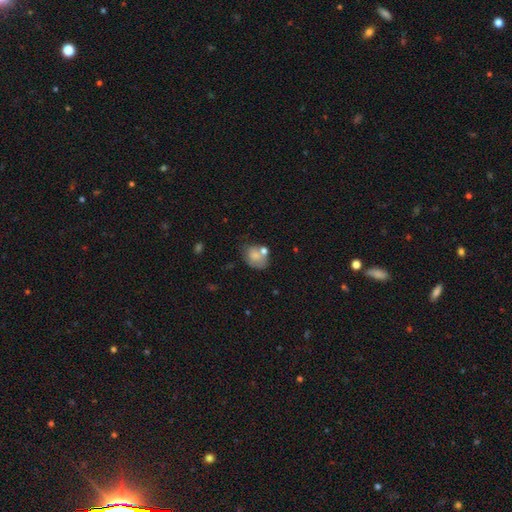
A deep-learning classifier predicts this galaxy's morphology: Smooth or featured: smooth — 70% (featured or disk — 21%)
How rounded: in between — 64% (round — 35%)
Merging: none — 44% (minor disturbance — 24%)